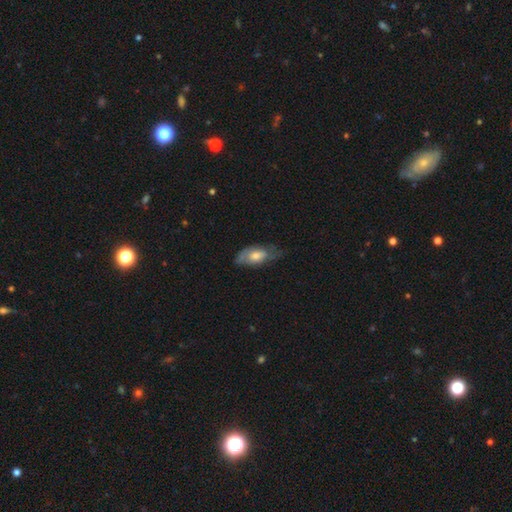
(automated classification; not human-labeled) Smooth or featured? smooth (52%)
How rounded? in between (86%)
Merging? none (50%)